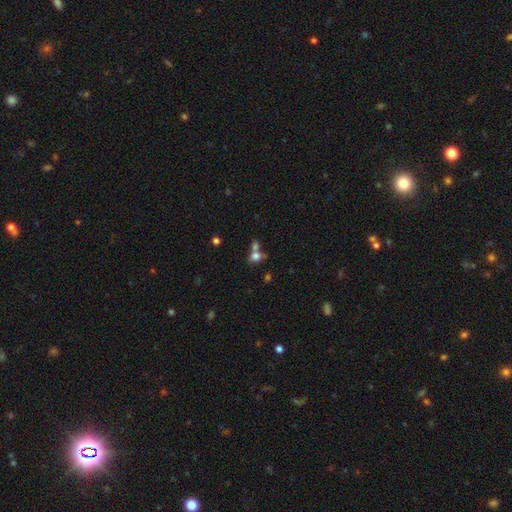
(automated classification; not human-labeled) Smooth or featured? Predicted: smooth (p=0.74). How rounded? Predicted: in between (p=0.54). Merging? Predicted: merger (p=0.49).